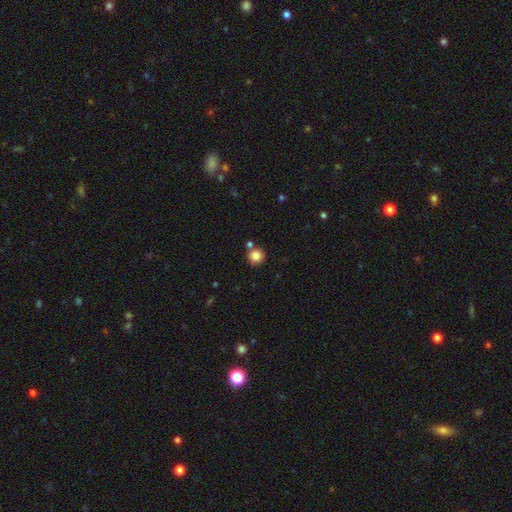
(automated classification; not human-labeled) Smooth or featured: smooth — 83% (star or artifact — 11%)
How rounded: round — 94% (in between — 5%)
Merging: none — 77% (merger — 13%)